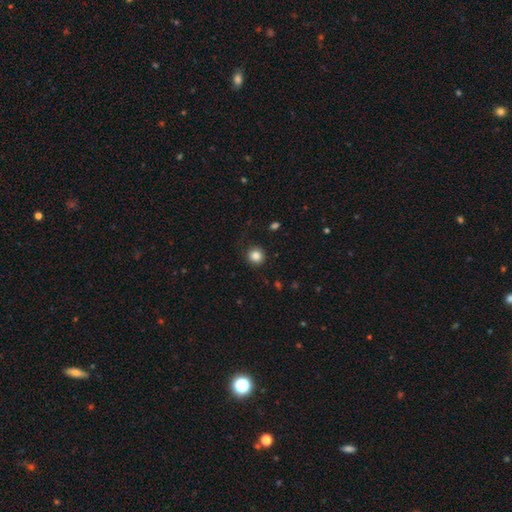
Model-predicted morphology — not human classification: A smooth galaxy with no disk features (85%) that is round (92%).

Vote fractions:
- Smooth or featured? smooth: 85% / star or artifact: 11% / featured or disk: 4%
- How rounded? round: 92% / in between: 7% / cigar-shaped: 1%
- Merging? none: 87% / minor disturbance: 9% / major disturbance: 3% / merger: 1%